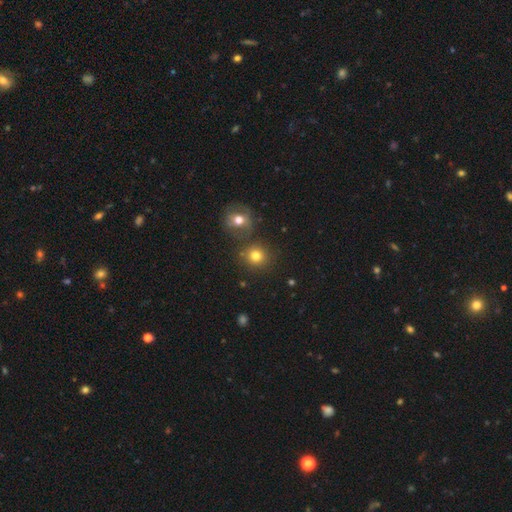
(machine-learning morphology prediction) A smooth galaxy with no disk features (77%) that is round (89%). Merging: none (74%).